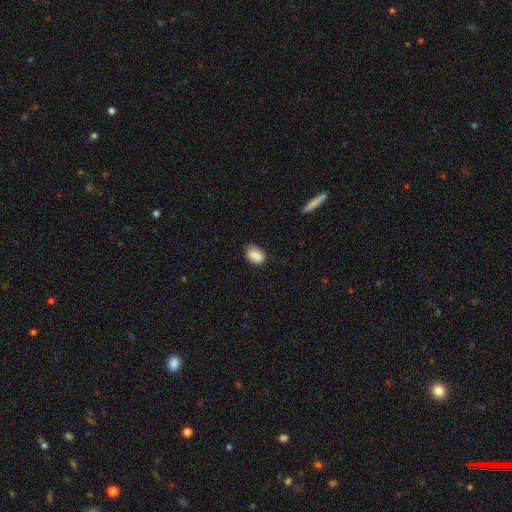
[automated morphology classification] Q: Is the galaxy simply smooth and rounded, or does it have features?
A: smooth — 86%.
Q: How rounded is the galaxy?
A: in between — 78%.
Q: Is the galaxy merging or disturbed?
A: none — 70%.